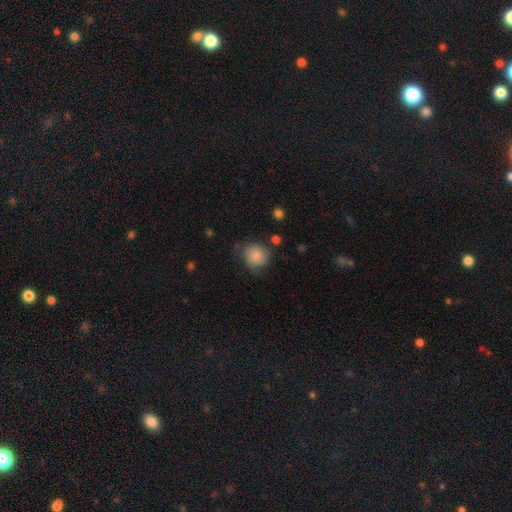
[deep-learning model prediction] Smooth or featured: smooth — 75% (featured or disk — 17%)
How rounded: round — 83% (in between — 16%)
Merging: none — 59% (minor disturbance — 28%)